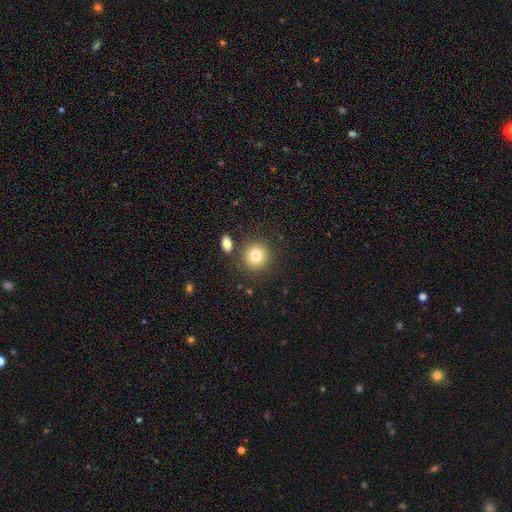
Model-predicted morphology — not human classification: This is clearly a smooth galaxy (82%). How rounded: clearly round (91%). Merging: clearly none (81%).